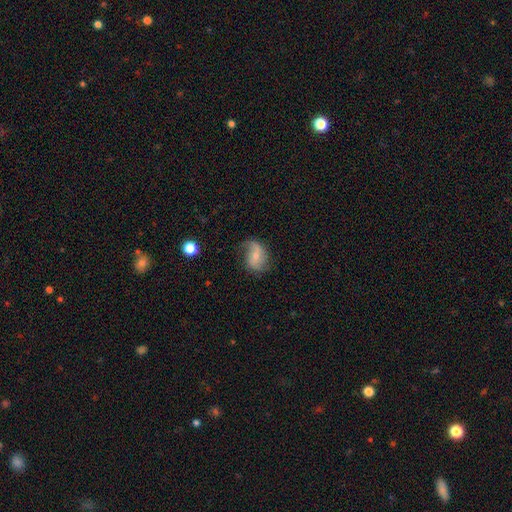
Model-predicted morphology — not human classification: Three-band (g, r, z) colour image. It shows a featured or disk galaxy (58%) with no bar (47%), spiral arms (87%) and a small central bulge (55%). Merging: none (52%).